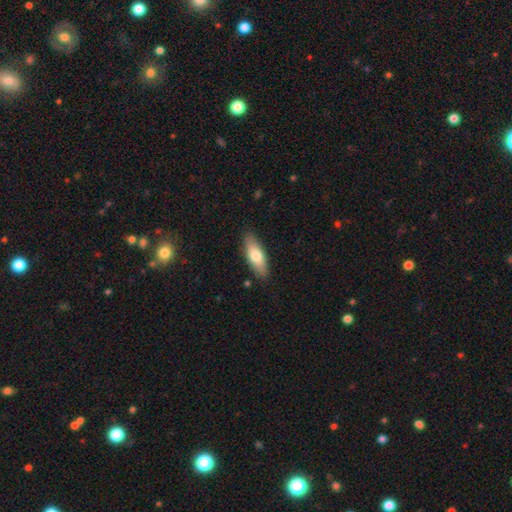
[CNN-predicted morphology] Overall: smooth (73%). How rounded: in between (66%; cigar-shaped 32%). Merging: none (86%).